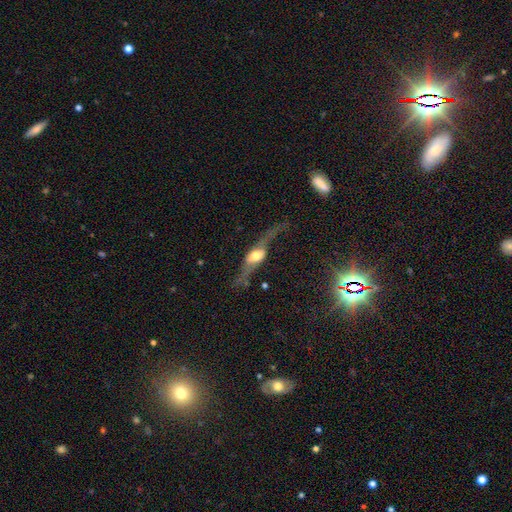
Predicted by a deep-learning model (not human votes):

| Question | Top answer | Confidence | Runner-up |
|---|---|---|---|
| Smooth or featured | featured or disk | 73% | smooth (20%) |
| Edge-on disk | yes | 63% | no (37%) |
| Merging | none | 44% | major disturbance (31%) |